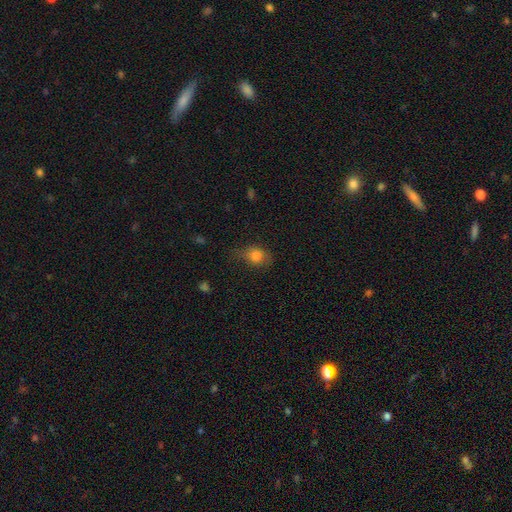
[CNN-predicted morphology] Smooth or featured: smooth — 81% (star or artifact — 11%)
How rounded: in between — 52% (round — 46%)
Merging: none — 61% (minor disturbance — 28%)